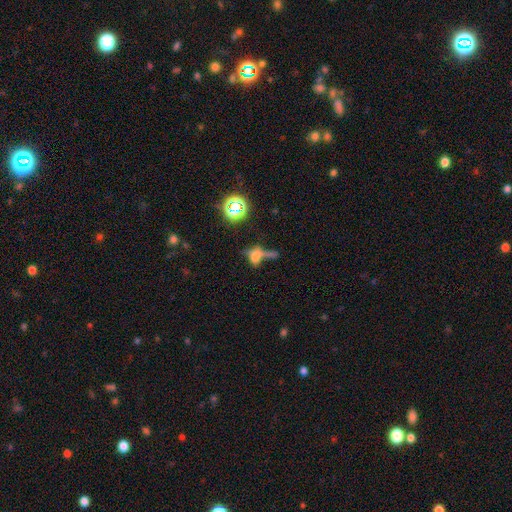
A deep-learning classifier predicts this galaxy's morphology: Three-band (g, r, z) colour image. It shows a smooth galaxy with no disk features (44%). Merging: none (32%).